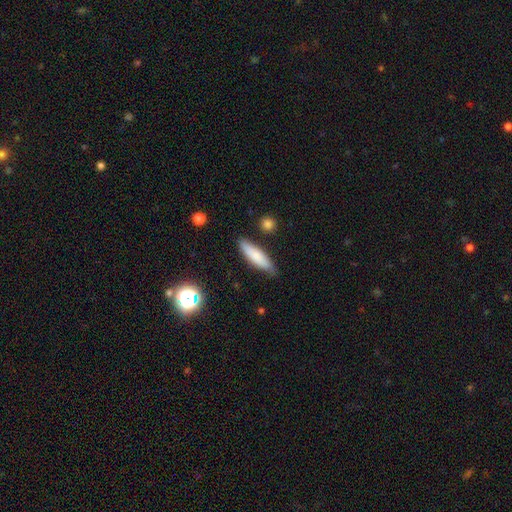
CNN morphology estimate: smooth 79%, featured or disk 15%, star or artifact 6%. Down the decision tree: how rounded — cigar-shaped (67%); merging — none (80%).